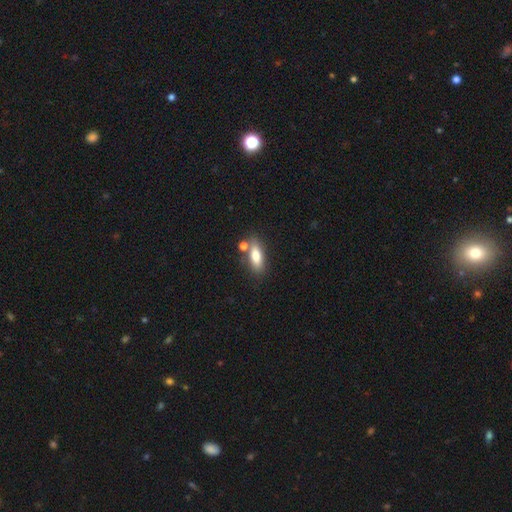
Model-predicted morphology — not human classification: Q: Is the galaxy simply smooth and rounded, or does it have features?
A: smooth — 79%.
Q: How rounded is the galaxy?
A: in between — 75%.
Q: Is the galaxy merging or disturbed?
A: none — 65%.